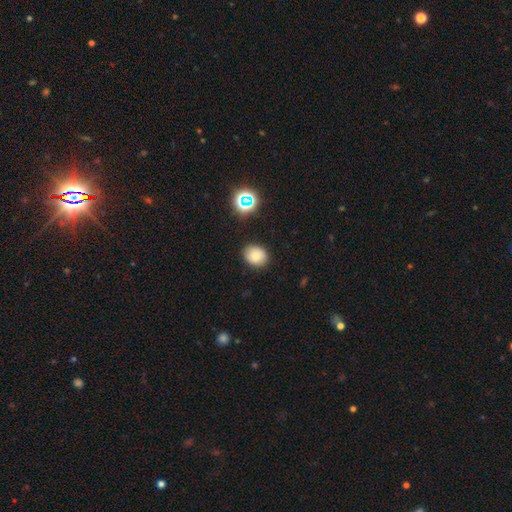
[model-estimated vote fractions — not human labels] Overall: smooth (80%). How rounded: round (56%; in between 43%). Merging: none (86%).